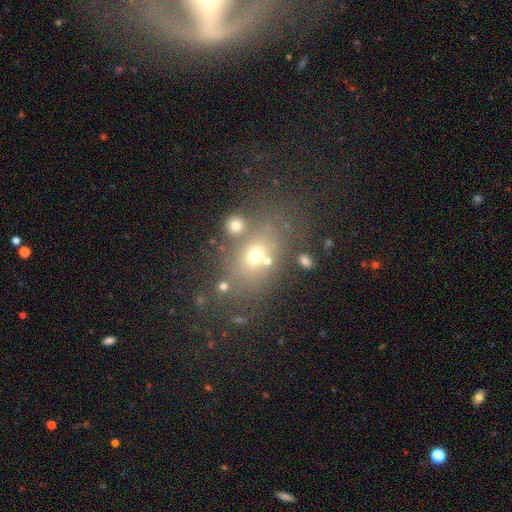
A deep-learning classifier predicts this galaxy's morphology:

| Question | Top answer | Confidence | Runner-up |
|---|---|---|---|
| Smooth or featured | smooth | 61% | star or artifact (20%) |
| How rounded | in between | 64% | round (33%) |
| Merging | none | 61% | merger (16%) |